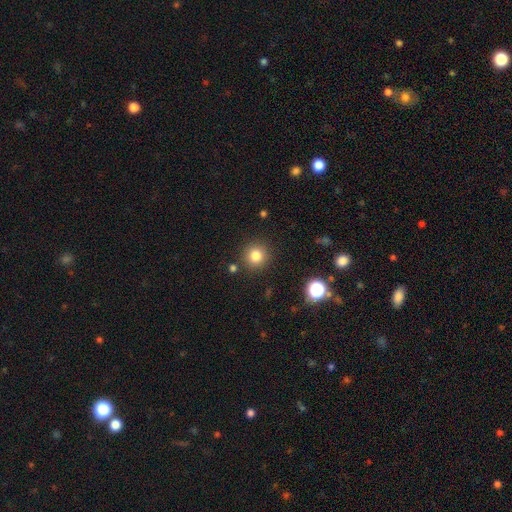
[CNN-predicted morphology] Smooth or featured: smooth — 81% (star or artifact — 13%)
How rounded: round — 92% (in between — 7%)
Merging: none — 88% (minor disturbance — 7%)